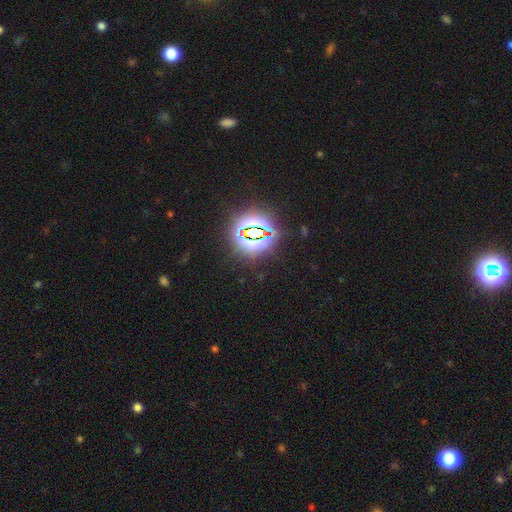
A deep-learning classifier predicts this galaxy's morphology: Smooth or featured?
  - star or artifact: 82% *
  - smooth: 11%
  - featured or disk: 7%